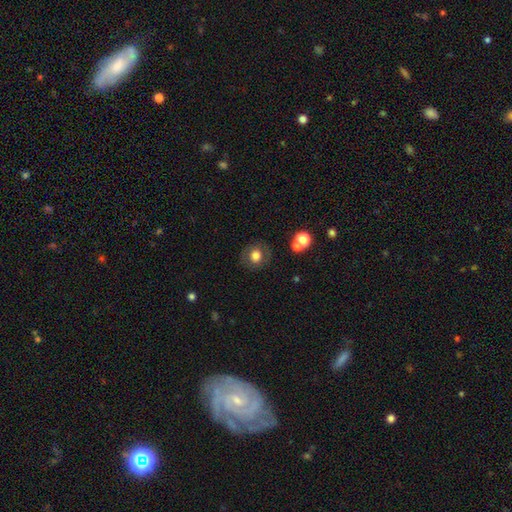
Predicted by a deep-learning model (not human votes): smooth-or-featured: smooth: 72% | featured or disk: 18% | star or artifact: 10%
  how-rounded: round: 81% | in between: 18% | cigar-shaped: 1%
  merging: none: 81% | minor disturbance: 11% | major disturbance: 4% | merger: 4%